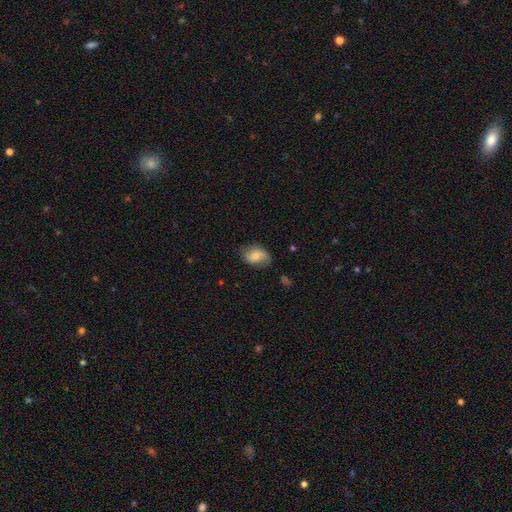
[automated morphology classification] Overall: smooth (66%). How rounded: in between (78%). Merging: none (58%; minor disturbance 29%).